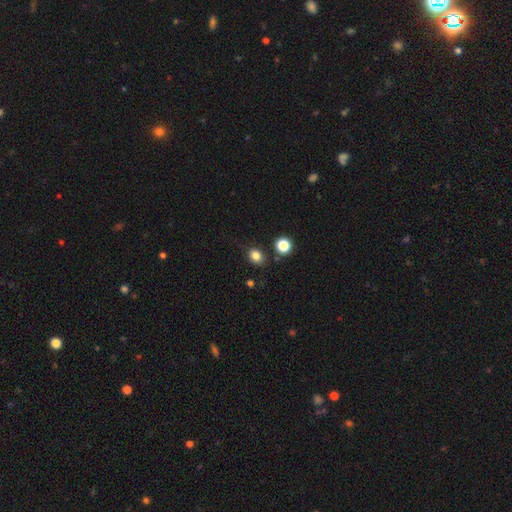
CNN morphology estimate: This is clearly a smooth galaxy (82%). How rounded: possibly round (52%). Merging: likely none (80%).